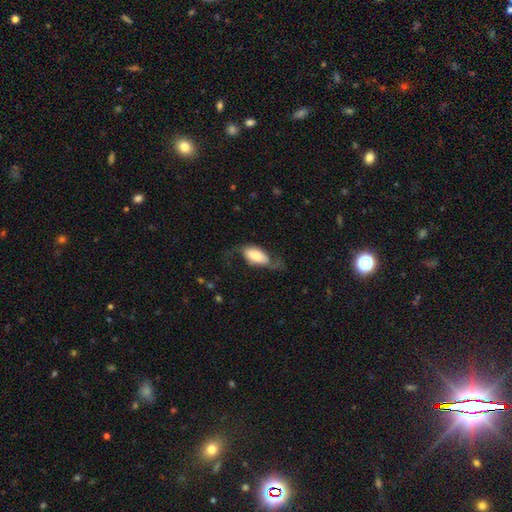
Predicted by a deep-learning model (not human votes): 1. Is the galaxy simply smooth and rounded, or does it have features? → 51% smooth, 42% featured or disk, 7% star or artifact.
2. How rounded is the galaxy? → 89% in between, 7% cigar-shaped, 4% round.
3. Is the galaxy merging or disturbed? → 52% none, 23% minor disturbance, 23% major disturbance, 2% merger.